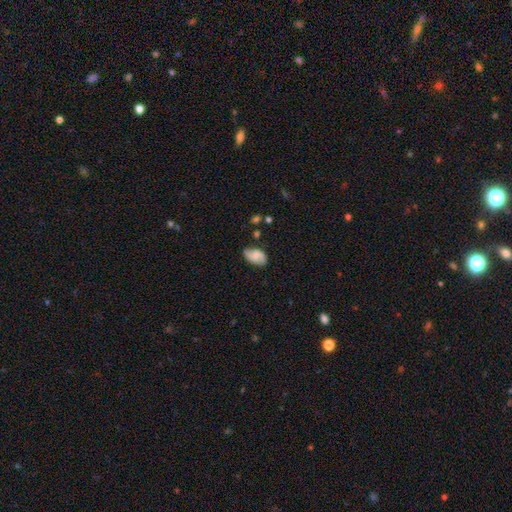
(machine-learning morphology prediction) This appears to be a smooth galaxy with no disk features (49%). Merging: none (68%).